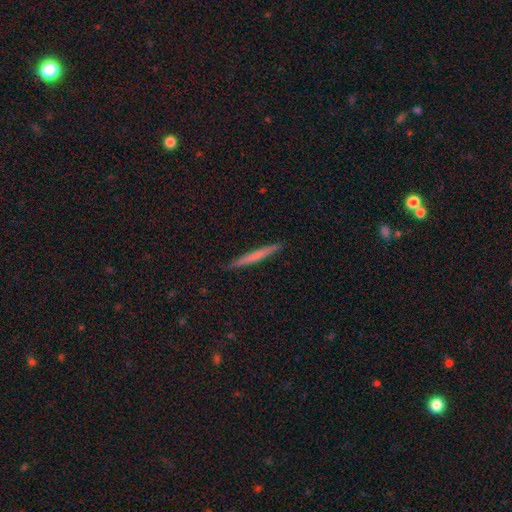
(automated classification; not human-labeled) Smooth or featured? smooth (58%)
How rounded? cigar-shaped (97%)
Merging? none (92%)